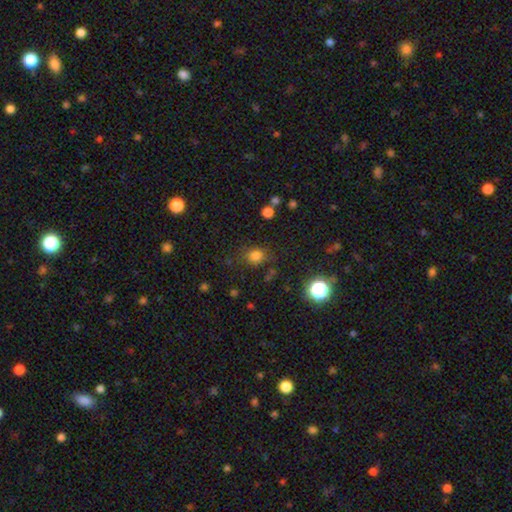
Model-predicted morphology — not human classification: The model was most divided on "how rounded": round: 69%, in between: 29%, cigar-shaped: 1%. More confident: smooth or featured — smooth (78%); merging — none (75%).